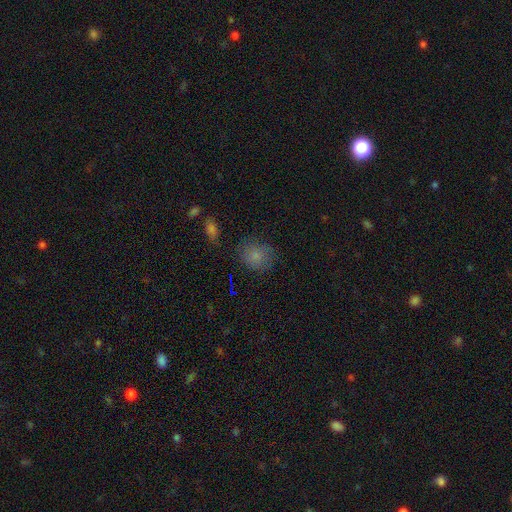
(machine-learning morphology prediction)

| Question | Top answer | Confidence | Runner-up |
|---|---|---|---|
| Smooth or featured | smooth | 80% | star or artifact (10%) |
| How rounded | round | 71% | in between (28%) |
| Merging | none | 72% | minor disturbance (19%) |